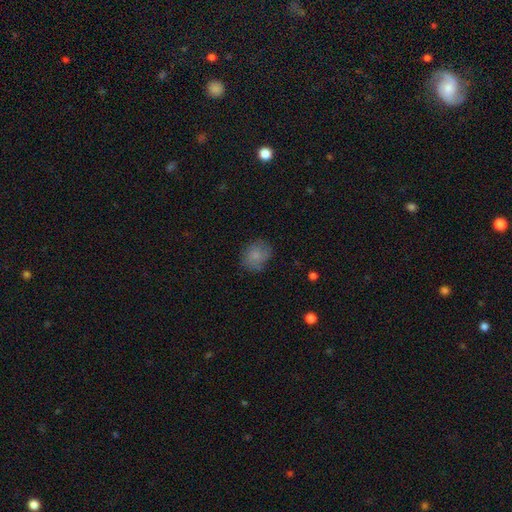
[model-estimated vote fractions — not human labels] smooth_or_featured: smooth (p=0.79) [alt: featured or disk p=0.12]
how_rounded: round (p=0.63) [alt: in between p=0.36]
merging: none (p=0.72) [alt: minor disturbance p=0.21]